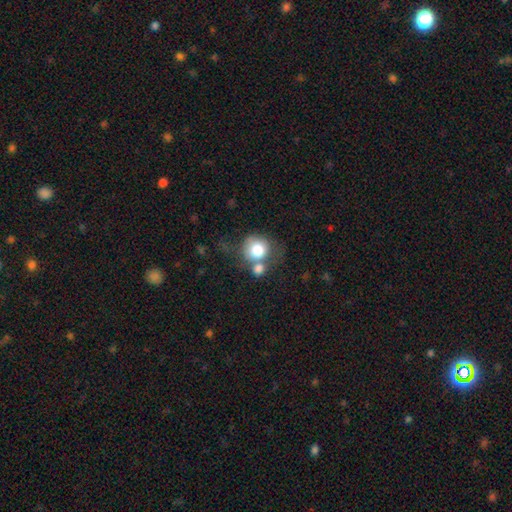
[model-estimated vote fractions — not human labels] smooth-or-featured: smooth: 73% | star or artifact: 14% | featured or disk: 14%
  how-rounded: round: 83% | in between: 16% | cigar-shaped: 1%
  merging: none: 54% | merger: 23% | minor disturbance: 15% | major disturbance: 8%